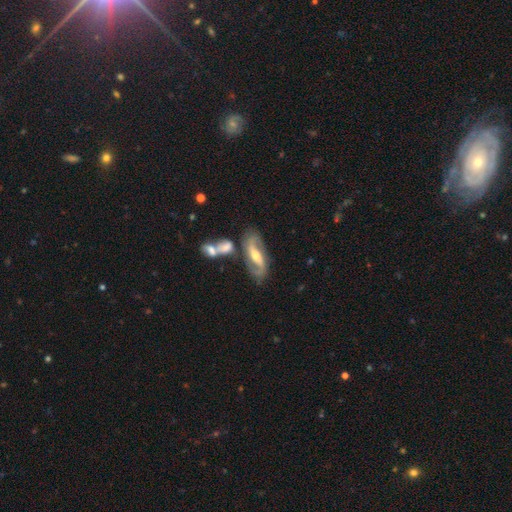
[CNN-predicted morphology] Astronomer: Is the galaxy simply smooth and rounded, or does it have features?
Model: featured or disk — 85%.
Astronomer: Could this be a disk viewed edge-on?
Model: no — 91%.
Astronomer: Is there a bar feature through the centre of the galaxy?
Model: strong — 51% (runner-up: weak, 30%).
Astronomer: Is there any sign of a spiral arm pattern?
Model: yes — 94%.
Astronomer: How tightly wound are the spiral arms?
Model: medium — 42% (runner-up: loose, 41%).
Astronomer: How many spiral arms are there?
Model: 2 — 91%.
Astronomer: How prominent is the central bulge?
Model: moderate — 63%.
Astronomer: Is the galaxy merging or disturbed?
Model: none — 69%.